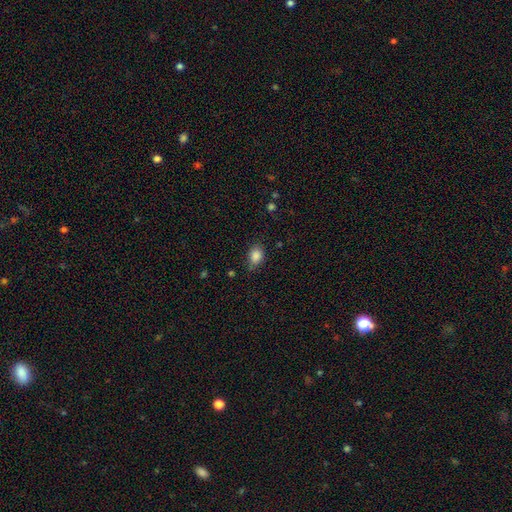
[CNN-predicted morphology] A smooth galaxy with no disk features (86%) that is in between round and cigar-shaped (63%). Merging: none (69%).